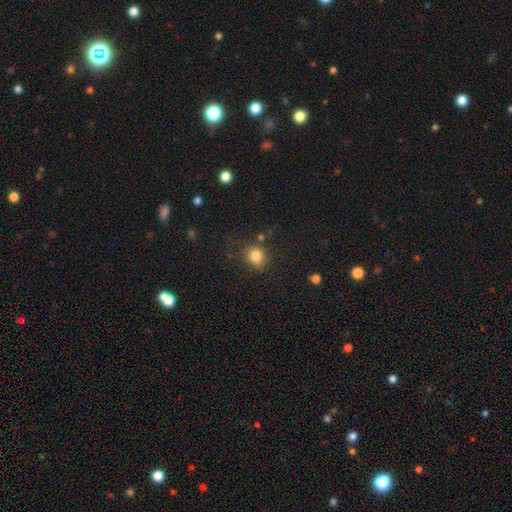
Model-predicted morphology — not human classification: smooth 81%, star or artifact 12%, featured or disk 7%. Down the decision tree: how rounded — round (79%); merging — none (75%).